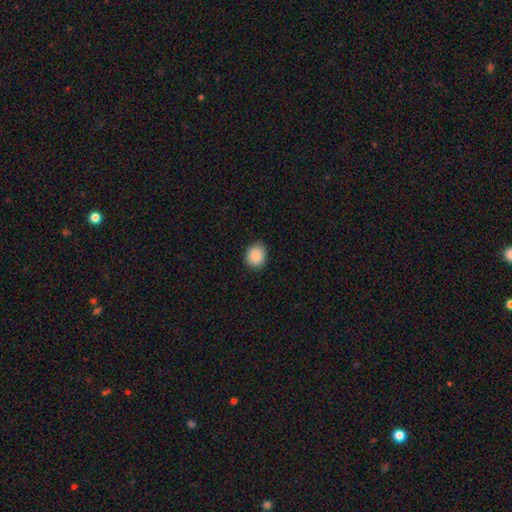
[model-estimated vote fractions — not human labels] Smooth or featured? Predicted: smooth (p=0.89). How rounded? Predicted: round (p=0.62). Merging? Predicted: none (p=0.87).